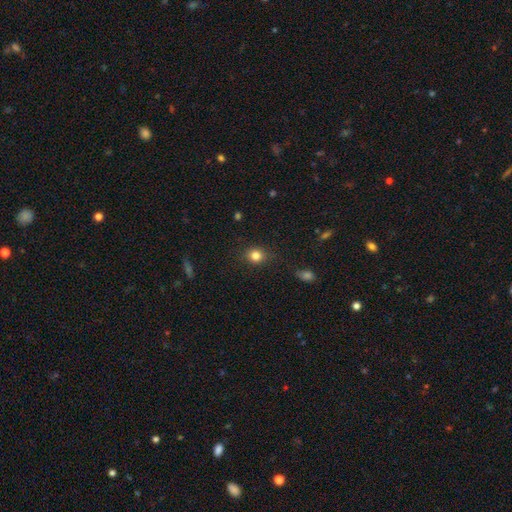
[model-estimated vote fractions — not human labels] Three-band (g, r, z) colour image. It shows a smooth galaxy with no disk features (82%) that is round (74%). Merging: none (85%).